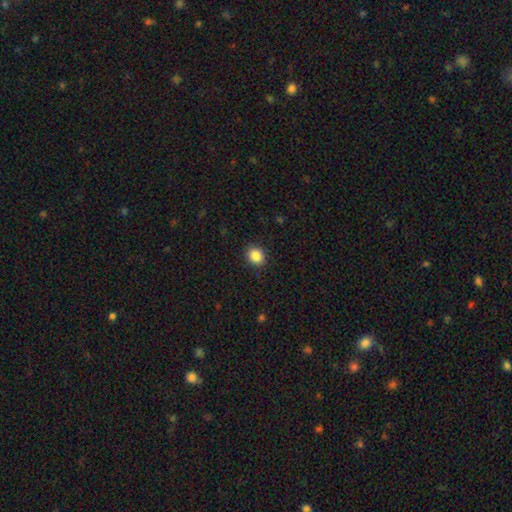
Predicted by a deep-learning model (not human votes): Morphology: type=smooth (86%); roundness=round (64%); merging=none (90%).